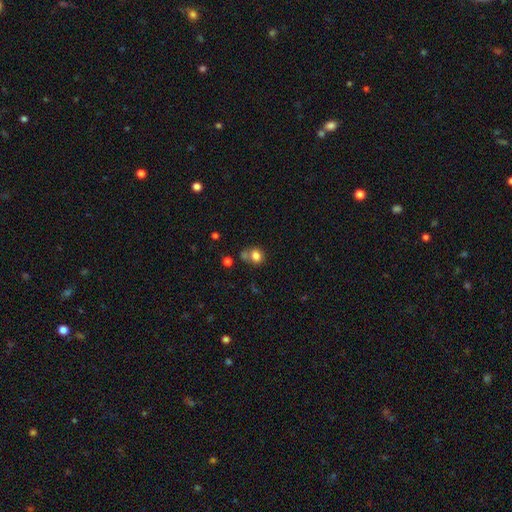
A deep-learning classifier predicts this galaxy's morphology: Q: Smooth or featured?
A: smooth (80%); runner-up: star or artifact (12%)
Q: How rounded?
A: round (69%); runner-up: in between (30%)
Q: Merging?
A: none (52%); runner-up: merger (23%)